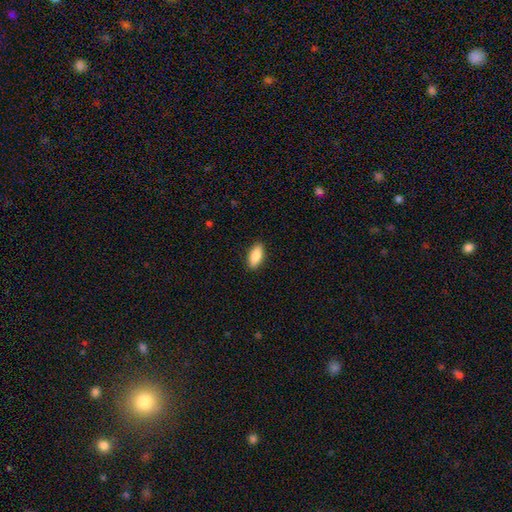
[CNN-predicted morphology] smooth-or-featured: smooth: 85% | featured or disk: 9% | star or artifact: 6%
  how-rounded: in between: 86% | cigar-shaped: 12% | round: 2%
  merging: none: 89% | minor disturbance: 8% | major disturbance: 2% | merger: 1%